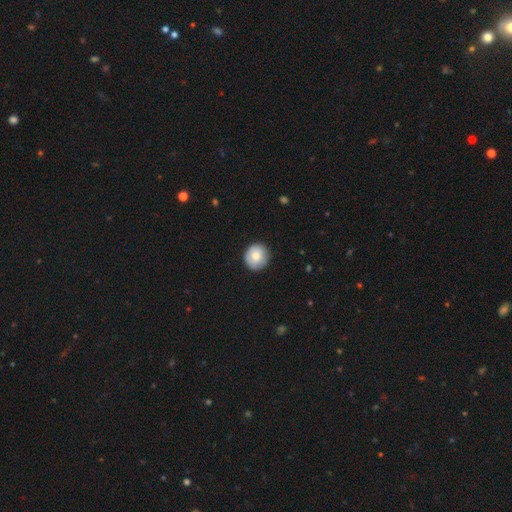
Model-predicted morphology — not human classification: Q: Smooth or featured?
A: smooth (79%); runner-up: featured or disk (14%)
Q: How rounded?
A: round (91%); runner-up: in between (8%)
Q: Merging?
A: none (86%); runner-up: minor disturbance (11%)